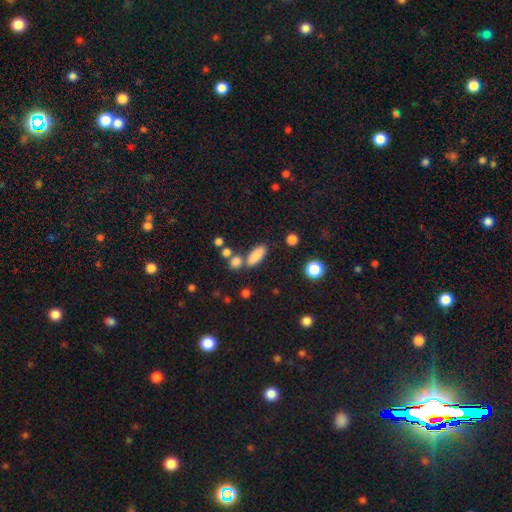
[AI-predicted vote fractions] Smooth or featured? smooth (83%)
How rounded? in between (69%)
Merging? none (66%)